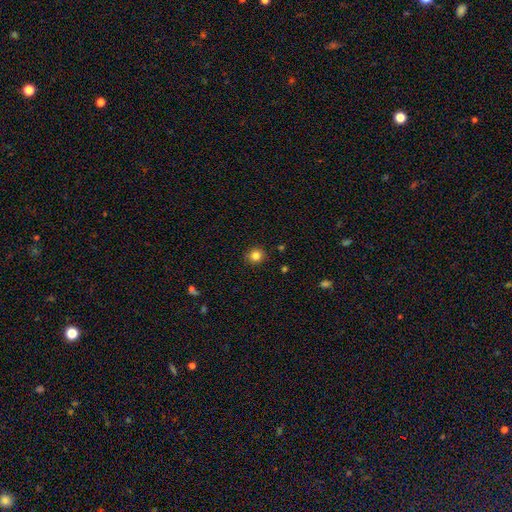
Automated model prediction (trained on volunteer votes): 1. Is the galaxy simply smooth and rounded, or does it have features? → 83% smooth, 12% star or artifact, 5% featured or disk.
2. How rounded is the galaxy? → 90% round, 9% in between, 1% cigar-shaped.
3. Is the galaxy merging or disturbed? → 89% none, 8% minor disturbance, 2% major disturbance, 1% merger.